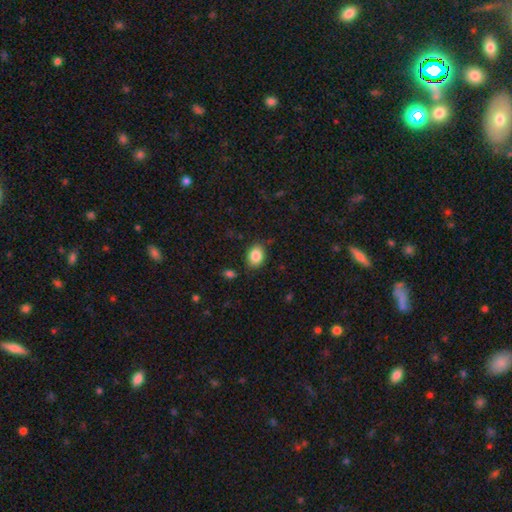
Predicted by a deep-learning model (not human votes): Morphology: type=smooth (86%); roundness=in between (69%); merging=none (81%).